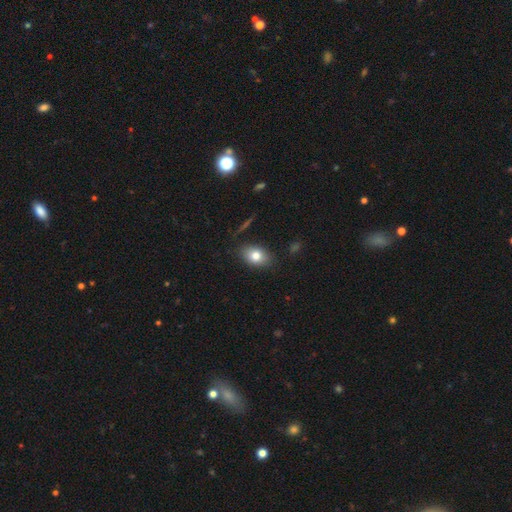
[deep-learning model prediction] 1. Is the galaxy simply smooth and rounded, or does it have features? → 79% smooth, 12% featured or disk, 9% star or artifact.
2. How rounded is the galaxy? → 81% in between, 18% round, 2% cigar-shaped.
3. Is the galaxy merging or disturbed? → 83% none, 12% minor disturbance, 3% major disturbance, 2% merger.